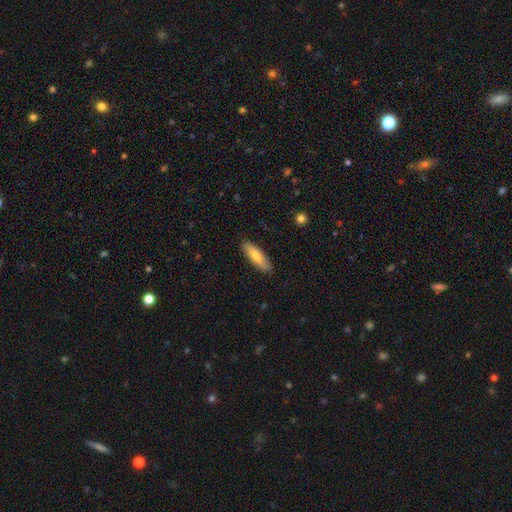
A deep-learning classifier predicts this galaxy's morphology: Q: Smooth or featured?
A: smooth (73%); runner-up: featured or disk (21%)
Q: How rounded?
A: cigar-shaped (53%); runner-up: in between (45%)
Q: Merging?
A: none (88%); runner-up: minor disturbance (9%)